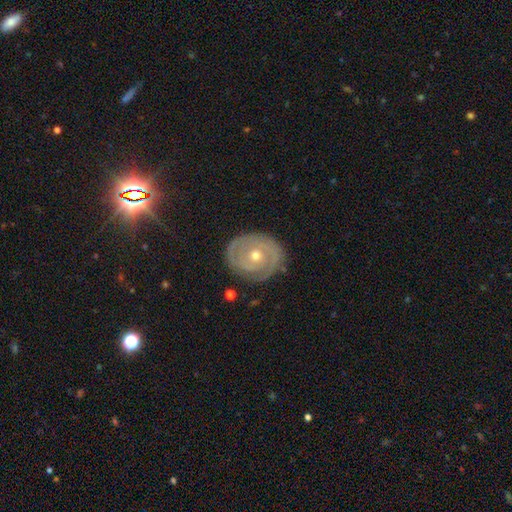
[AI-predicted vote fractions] Smooth or featured? featured or disk (82%)
Edge-on disk? no (97%)
Bar? no (78%)
Spiral arms? yes (89%)
Spiral winding? tight (76%)
Spiral arm count? 2 (57%)
Bulge size? moderate (51%)
Merging? none (81%)